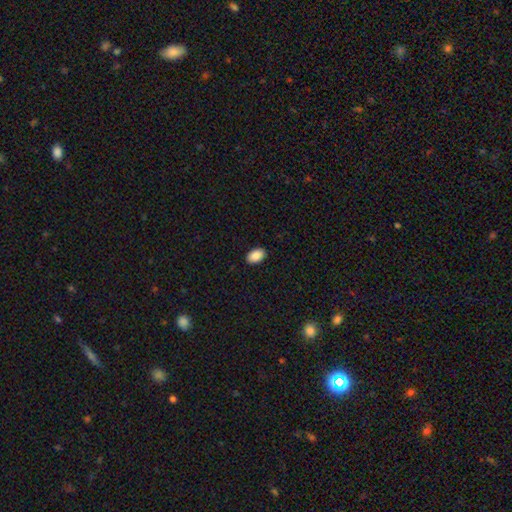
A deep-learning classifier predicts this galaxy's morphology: smooth_or_featured: smooth (p=0.89) [alt: star or artifact p=0.07]
how_rounded: in between (p=0.92) [alt: round p=0.07]
merging: none (p=0.91) [alt: minor disturbance p=0.07]